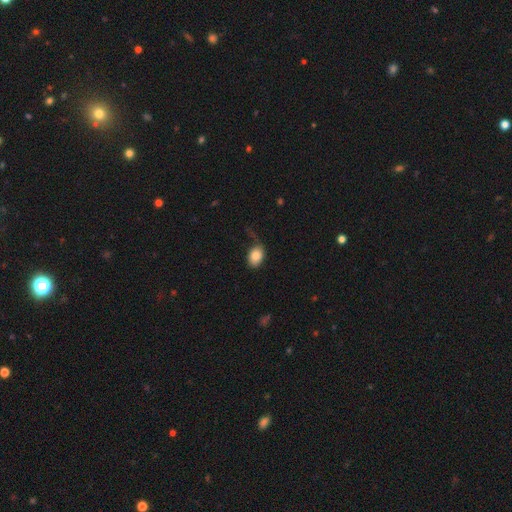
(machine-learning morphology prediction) smooth 85%, featured or disk 8%, star or artifact 7%. Down the decision tree: how rounded — in between (78%); merging — none (54%).